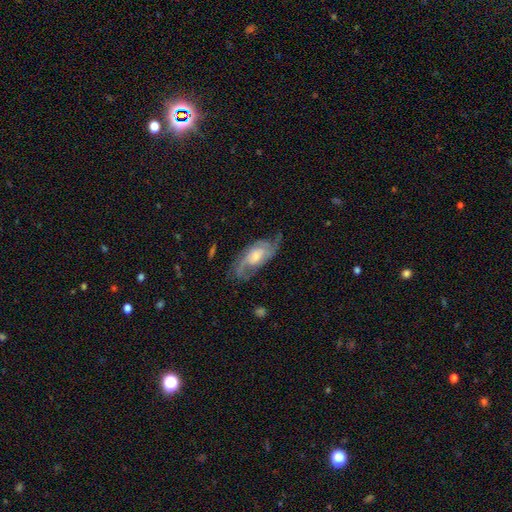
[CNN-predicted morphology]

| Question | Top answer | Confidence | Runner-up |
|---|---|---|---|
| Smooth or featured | featured or disk | 83% | smooth (12%) |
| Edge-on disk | no | 94% | yes (6%) |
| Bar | no | 57% | weak (35%) |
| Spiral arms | yes | 95% | no (5%) |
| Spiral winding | medium | 48% | tight (28%) |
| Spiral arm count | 2 | 69% | can't tell (12%) |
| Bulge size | moderate | 50% | small (34%) |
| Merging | none | 66% | minor disturbance (20%) |